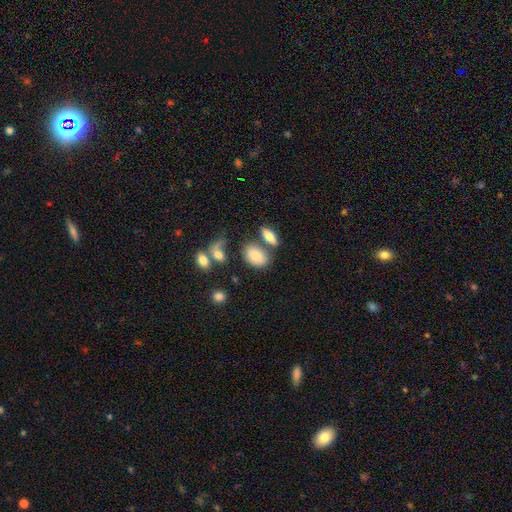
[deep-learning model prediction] This is likely a smooth galaxy (80%). How rounded: clearly in between (86%). Merging: possibly none (57%).